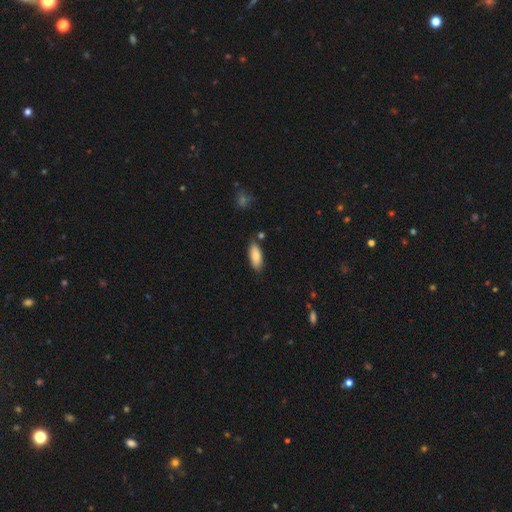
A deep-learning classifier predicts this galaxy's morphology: type=smooth (81%); roundness=in between (81%); merging=none (80%).